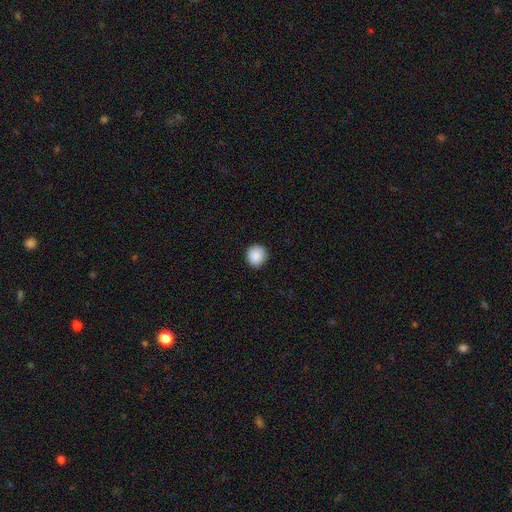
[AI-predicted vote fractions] Smooth or featured: smooth — 90% (star or artifact — 8%)
How rounded: round — 92% (in between — 7%)
Merging: none — 91% (minor disturbance — 6%)